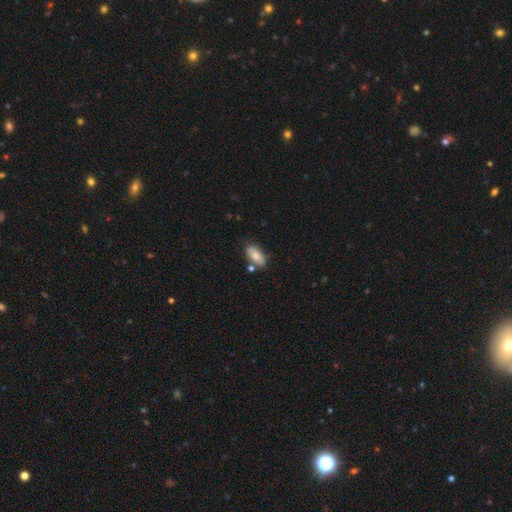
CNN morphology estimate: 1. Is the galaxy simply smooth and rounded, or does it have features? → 77% smooth, 17% featured or disk, 7% star or artifact.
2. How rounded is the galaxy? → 87% in between, 10% cigar-shaped, 3% round.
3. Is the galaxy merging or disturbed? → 74% none, 16% minor disturbance, 8% merger, 3% major disturbance.